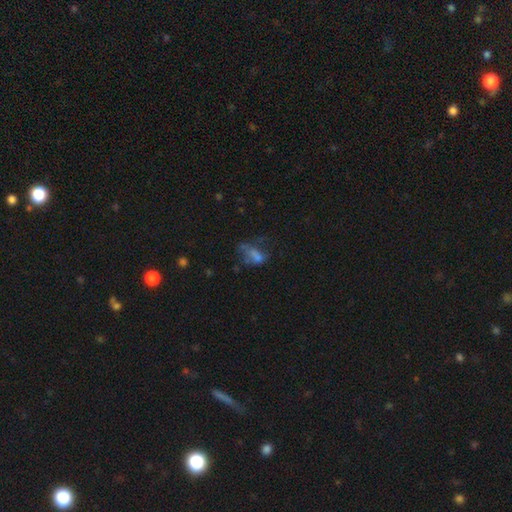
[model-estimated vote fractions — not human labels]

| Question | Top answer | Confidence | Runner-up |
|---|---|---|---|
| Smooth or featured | smooth | 46% | featured or disk (32%) |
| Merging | major disturbance | 38% | none (33%) |